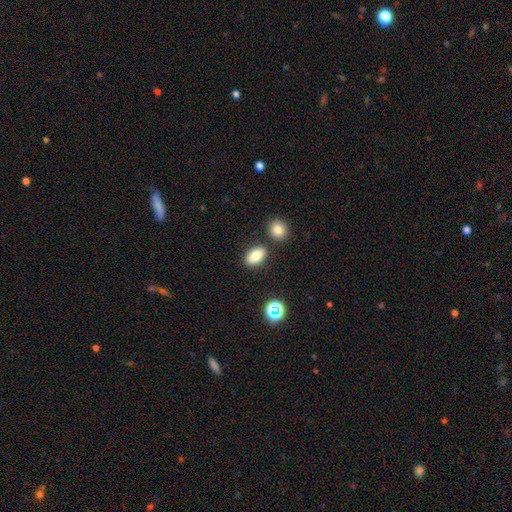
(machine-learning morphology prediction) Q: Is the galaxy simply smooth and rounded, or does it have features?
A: smooth — 82%.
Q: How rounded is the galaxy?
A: in between — 87%.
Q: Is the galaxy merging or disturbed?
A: none — 80%.